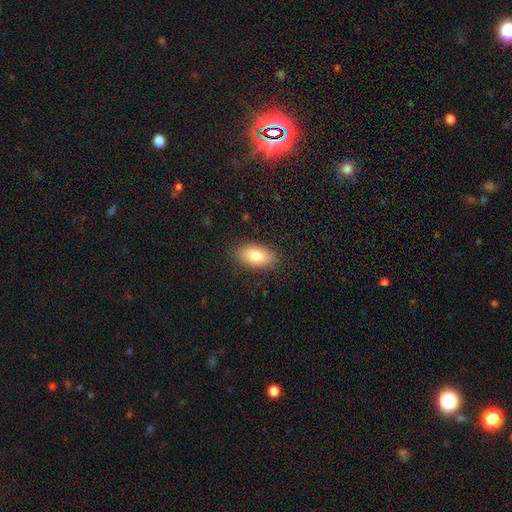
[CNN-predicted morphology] Smooth or featured: smooth — 81% (featured or disk — 12%)
How rounded: in between — 93% (round — 4%)
Merging: none — 88% (minor disturbance — 9%)